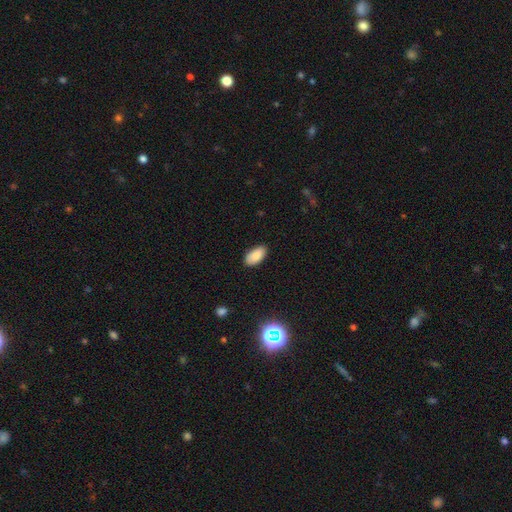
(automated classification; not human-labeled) Smooth or featured? Predicted: smooth (p=0.86). How rounded? Predicted: in between (p=0.94). Merging? Predicted: none (p=0.86).